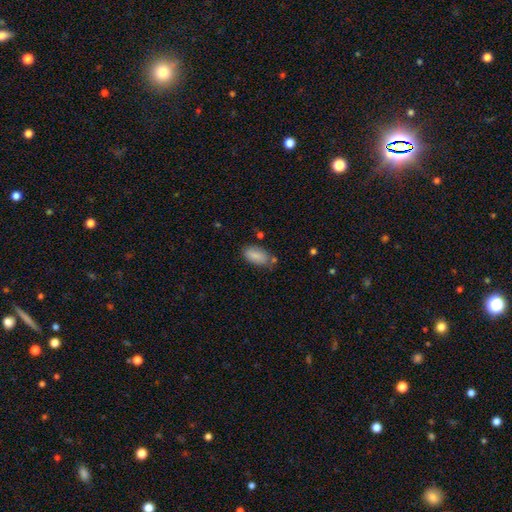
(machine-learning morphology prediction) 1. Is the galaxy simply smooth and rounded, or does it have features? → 85% smooth, 8% featured or disk, 7% star or artifact.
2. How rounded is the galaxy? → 91% in between, 6% cigar-shaped, 3% round.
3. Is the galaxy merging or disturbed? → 66% none, 23% minor disturbance, 6% merger, 5% major disturbance.